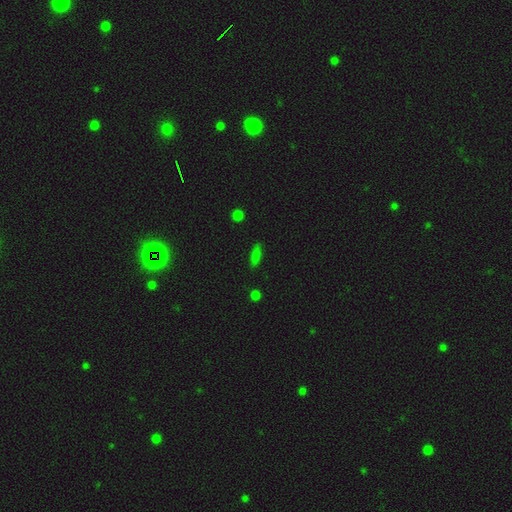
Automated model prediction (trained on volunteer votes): The model was most divided on "how rounded": in between: 52%, cigar-shaped: 44%, round: 4%. More confident: merging — none (84%); smooth or featured — smooth (76%).